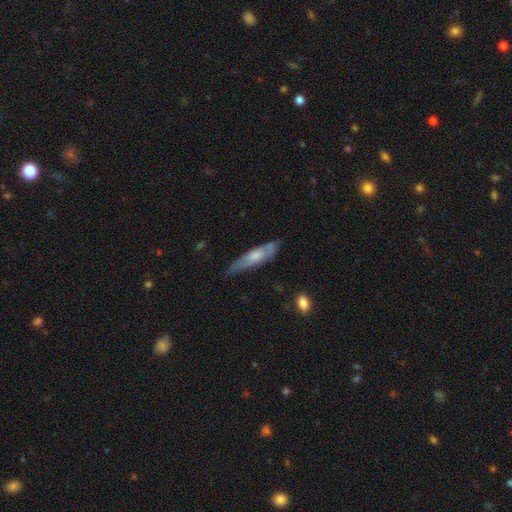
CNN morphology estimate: The model was most divided on "smooth or featured": smooth: 49%, featured or disk: 45%, star or artifact: 6%. More confident: merging — none (62%).